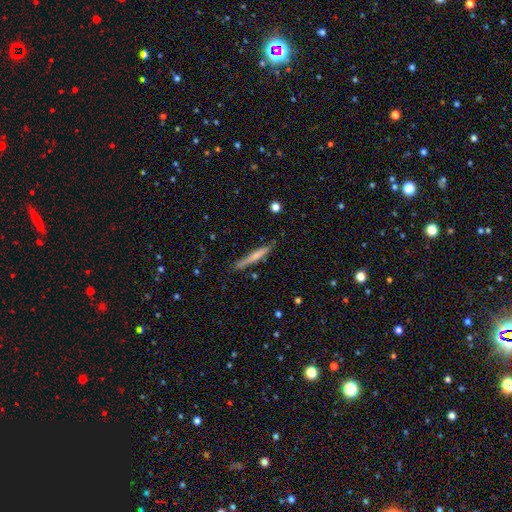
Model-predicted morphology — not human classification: This is possibly a smooth galaxy (52%). How rounded: clearly cigar-shaped (95%). Merging: clearly none (80%).